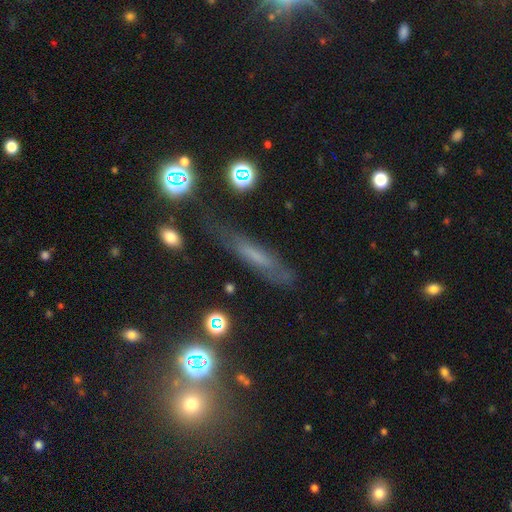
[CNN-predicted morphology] Smooth or featured? Predicted: smooth (p=0.45). Merging? Predicted: none (p=0.70).